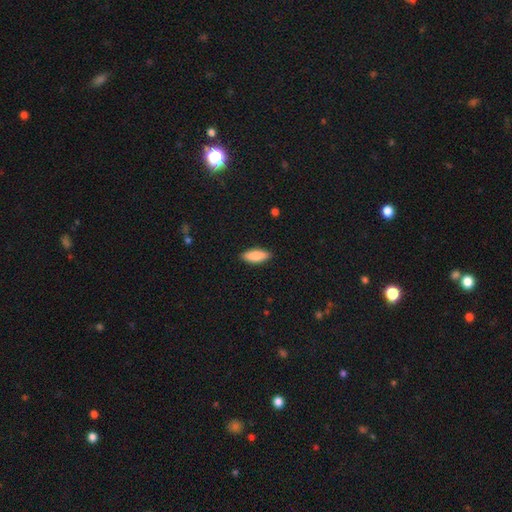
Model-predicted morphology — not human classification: Smooth or featured? Predicted: smooth (p=0.85). How rounded? Predicted: in between (p=0.70). Merging? Predicted: none (p=0.89).